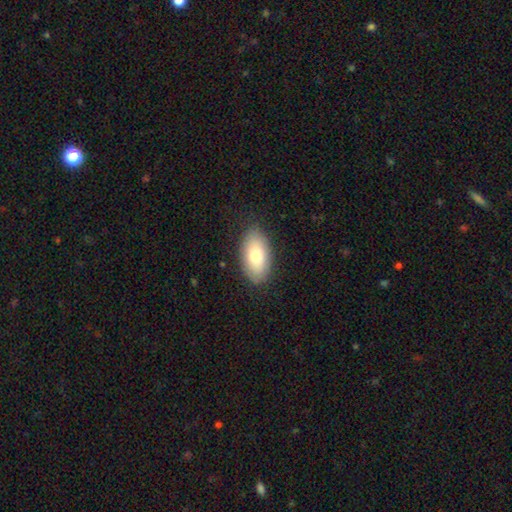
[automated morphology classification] A smooth galaxy with no disk features (75%) that is in between round and cigar-shaped (93%).

Vote fractions:
- Smooth or featured? smooth: 75% / featured or disk: 18% / star or artifact: 7%
- How rounded? in between: 93% / round: 4% / cigar-shaped: 3%
- Merging? none: 85% / minor disturbance: 11% / major disturbance: 3% / merger: 1%